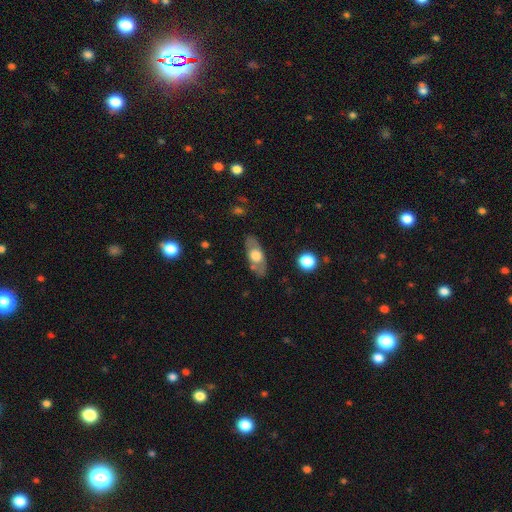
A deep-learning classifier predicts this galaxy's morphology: Smooth or featured: smooth — 51% (featured or disk — 43%)
How rounded: in between — 79% (cigar-shaped — 15%)
Merging: none — 79% (minor disturbance — 15%)